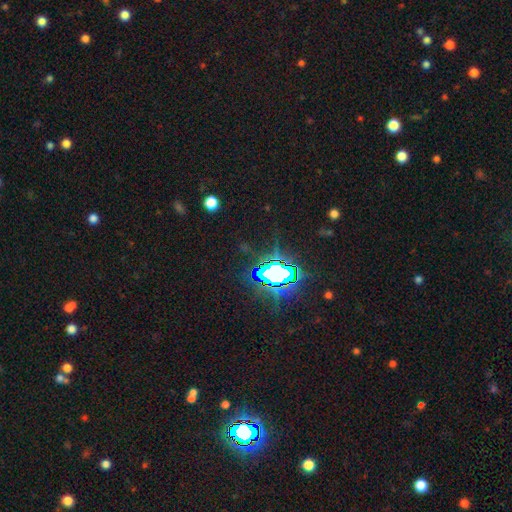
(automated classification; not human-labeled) Smooth or featured? Predicted: star or artifact (p=0.81).